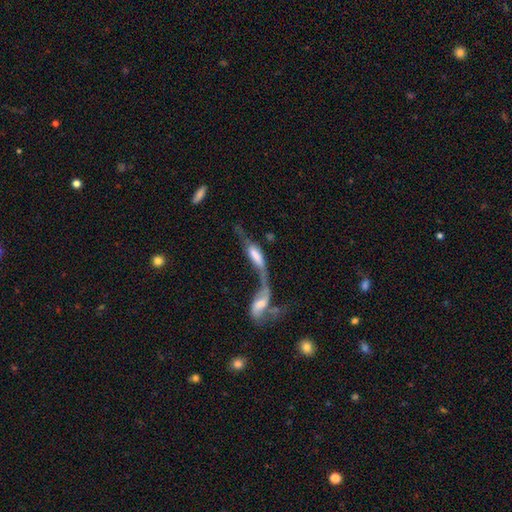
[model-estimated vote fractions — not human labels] A featured or disk galaxy (47%). Merging: merger (78%).